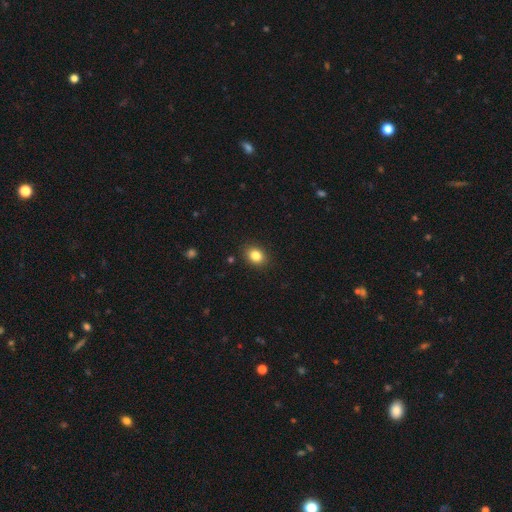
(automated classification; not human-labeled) Q: Smooth or featured?
A: smooth (84%); runner-up: star or artifact (10%)
Q: How rounded?
A: in between (54%); runner-up: round (45%)
Q: Merging?
A: none (88%); runner-up: minor disturbance (9%)